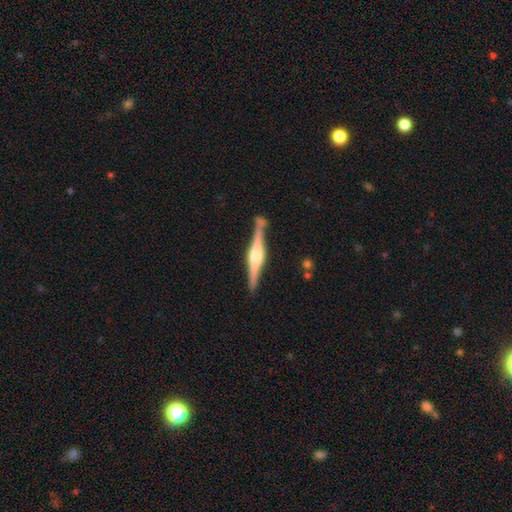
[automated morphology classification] type=featured or disk (82%); edge-on=yes (98%); edge-on bulge=rounded (82%); merging=none (83%).